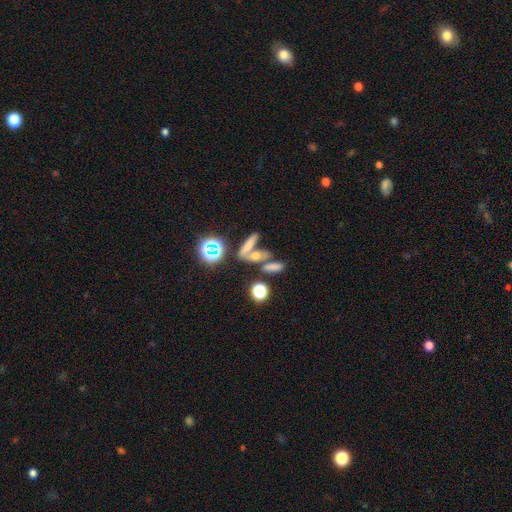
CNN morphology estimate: smooth_or_featured: smooth (p=0.54) [alt: featured or disk p=0.25]
how_rounded: cigar-shaped (p=0.44) [alt: in between p=0.43]
merging: merger (p=0.44) [alt: none p=0.38]